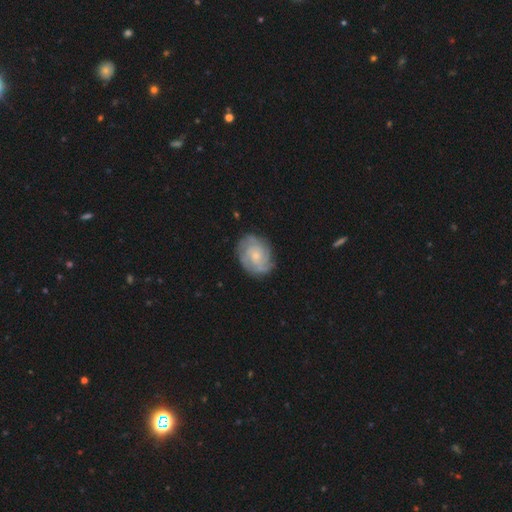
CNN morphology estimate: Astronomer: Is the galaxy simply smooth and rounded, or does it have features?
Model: featured or disk — 76%.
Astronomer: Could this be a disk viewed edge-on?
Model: no — 98%.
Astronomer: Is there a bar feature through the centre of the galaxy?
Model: no — 77%.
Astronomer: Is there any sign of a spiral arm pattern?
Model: yes — 93%.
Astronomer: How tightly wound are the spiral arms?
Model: tight — 66%.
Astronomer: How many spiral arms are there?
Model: can't tell — 35% (runner-up: 3, 22%).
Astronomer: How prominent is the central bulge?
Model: small — 71%.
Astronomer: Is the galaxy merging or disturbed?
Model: none — 78%.